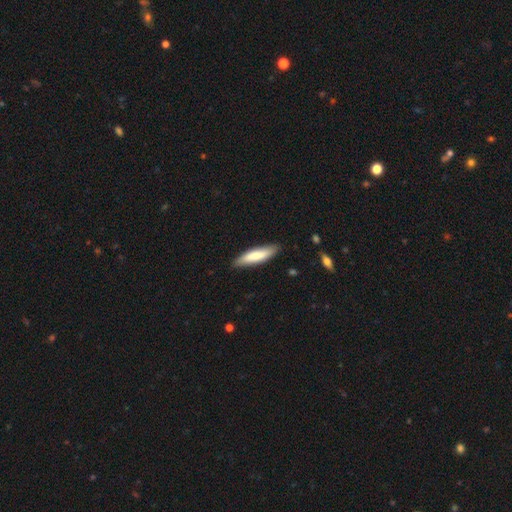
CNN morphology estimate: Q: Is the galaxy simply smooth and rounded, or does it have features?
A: smooth — 77%.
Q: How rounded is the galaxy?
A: cigar-shaped — 72%.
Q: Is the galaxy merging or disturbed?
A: none — 86%.